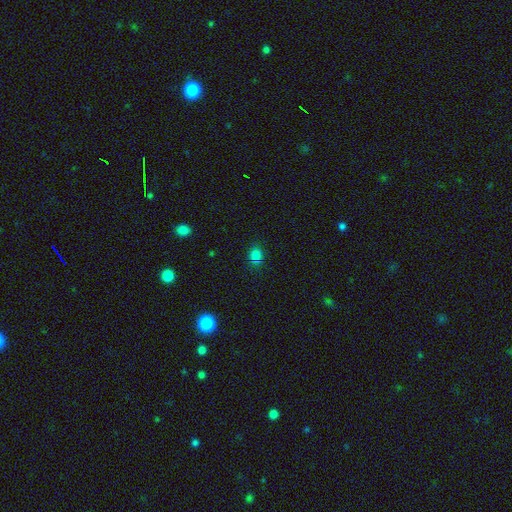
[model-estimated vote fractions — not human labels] smooth_or_featured: smooth (p=0.77) [alt: star or artifact p=0.18]
how_rounded: round (p=0.60) [alt: in between p=0.39]
merging: none (p=0.80) [alt: minor disturbance p=0.14]